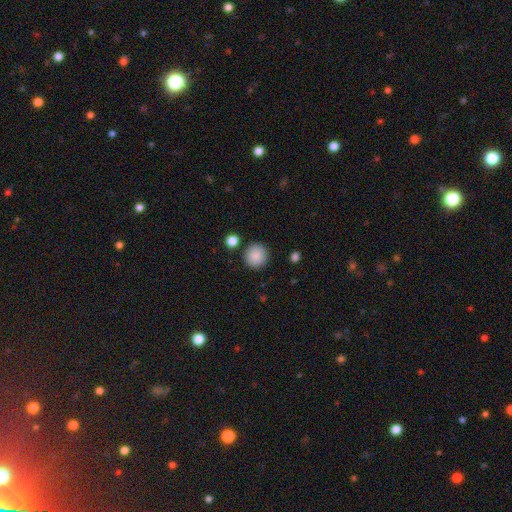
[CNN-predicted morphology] Smooth or featured: smooth — 89% (star or artifact — 8%)
How rounded: round — 92% (in between — 7%)
Merging: none — 88% (minor disturbance — 7%)